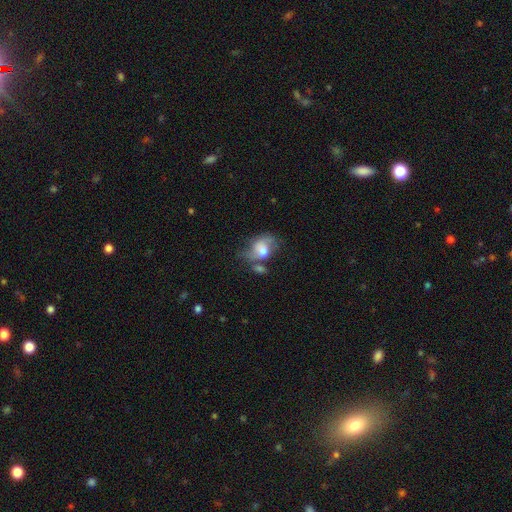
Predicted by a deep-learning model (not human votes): Overall: featured or disk (46%; smooth 44%). Merging: none (39%; minor disturbance 24%).